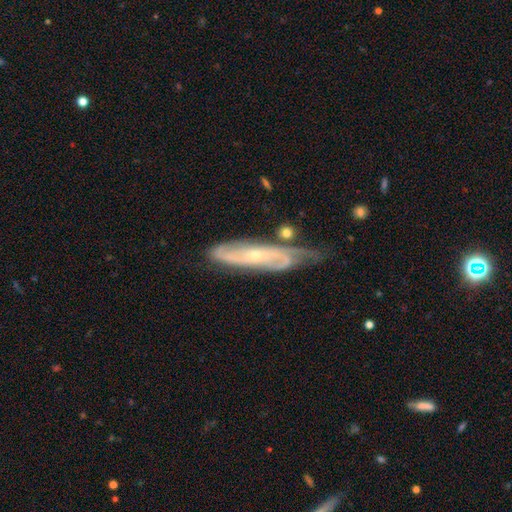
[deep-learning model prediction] The model was most divided on "merging": none: 54%, minor disturbance: 29%, major disturbance: 10%, merger: 7%. More confident: spiral arms — yes (91%); smooth or featured — featured or disk (78%); edge-on disk — no (70%); bulge size — small (68%); bar — no (57%).